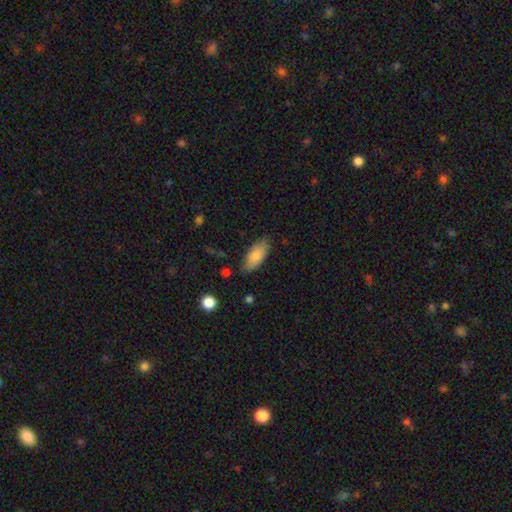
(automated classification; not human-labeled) smooth_or_featured: smooth (p=0.80) [alt: featured or disk p=0.14]
how_rounded: in between (p=0.85) [alt: cigar-shaped p=0.13]
merging: none (p=0.81) [alt: minor disturbance p=0.15]